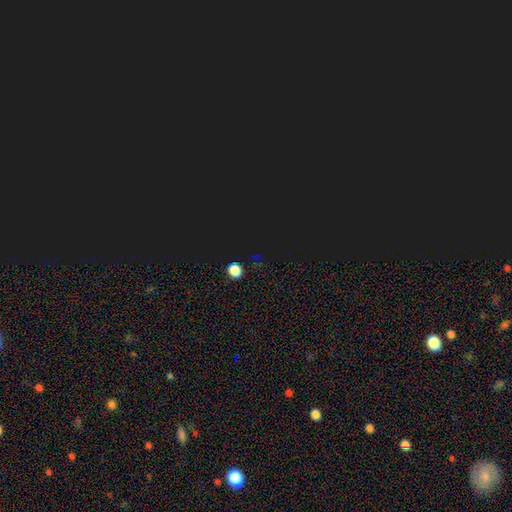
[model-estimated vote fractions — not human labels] This appears to be a star or artifact, not a galaxy (51%).